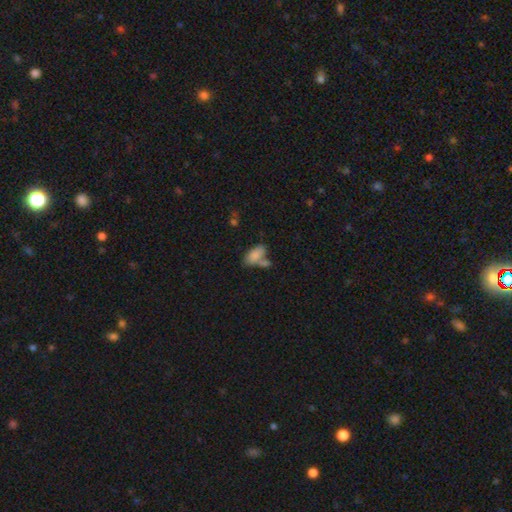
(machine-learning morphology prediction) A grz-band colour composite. It shows a smooth galaxy with no disk features (80%) that is in between round and cigar-shaped (90%). Merging: merger (40%).